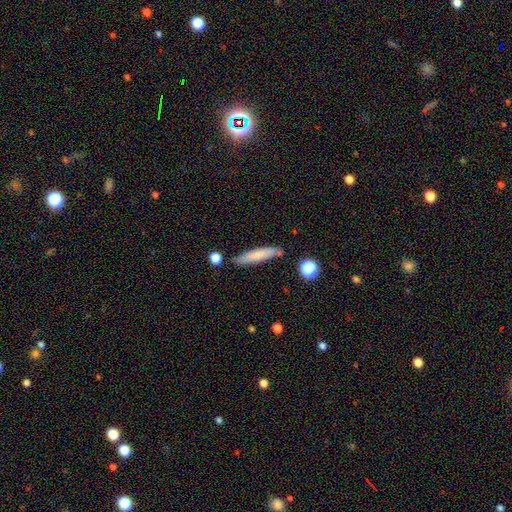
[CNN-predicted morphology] type=smooth (71%); roundness=cigar-shaped (89%); merging=none (83%).